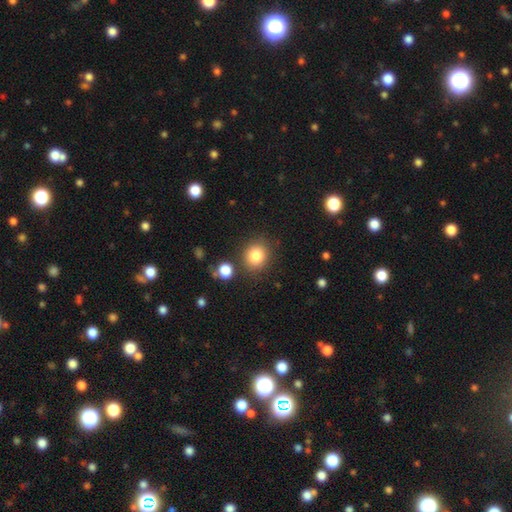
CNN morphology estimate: A smooth galaxy with no disk features (83%) that is round (81%).

Vote fractions:
- Smooth or featured? smooth: 83% / star or artifact: 10% / featured or disk: 6%
- How rounded? round: 81% / in between: 18% / cigar-shaped: 1%
- Merging? none: 83% / minor disturbance: 9% / merger: 5% / major disturbance: 3%